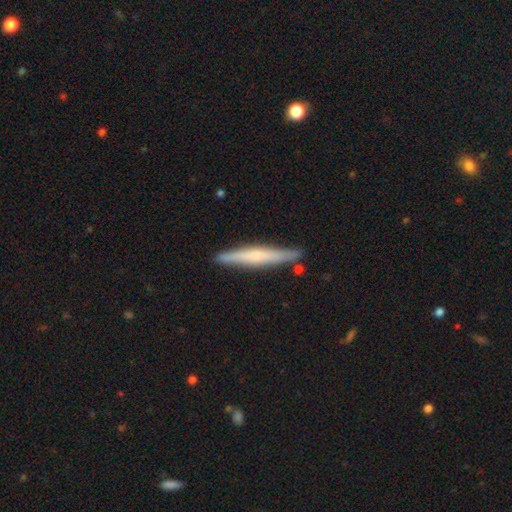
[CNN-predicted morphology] A featured or disk galaxy (49%).

Vote fractions:
- Smooth or featured? featured or disk: 49% / smooth: 45% / star or artifact: 6%
- Merging? none: 85% / minor disturbance: 11% / merger: 2% / major disturbance: 2%